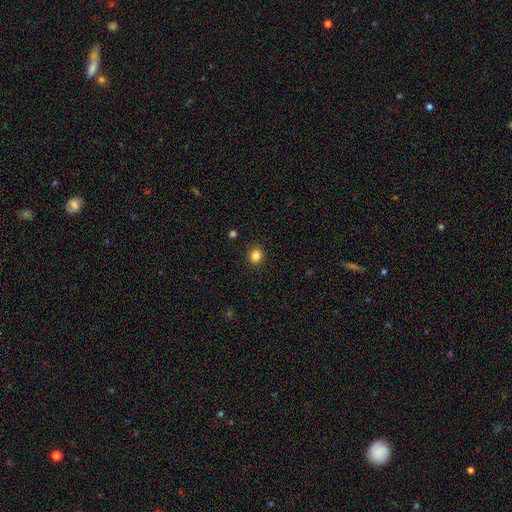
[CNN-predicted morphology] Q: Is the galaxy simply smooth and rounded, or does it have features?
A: smooth — 85%.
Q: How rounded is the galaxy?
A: round — 80%.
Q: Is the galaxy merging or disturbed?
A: none — 91%.